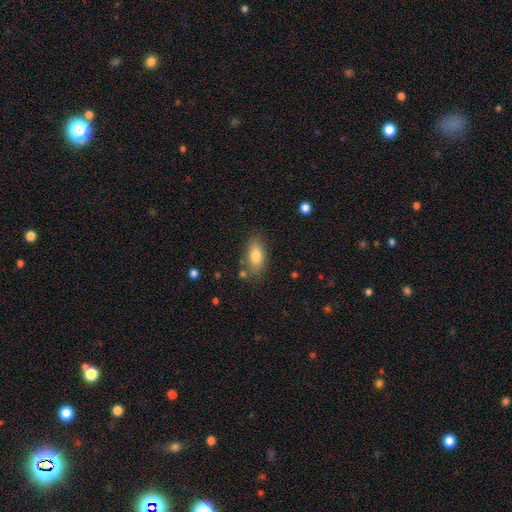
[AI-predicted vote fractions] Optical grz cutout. It shows a smooth galaxy with no disk features (82%) that is in between round and cigar-shaped (87%). Merging: none (77%).